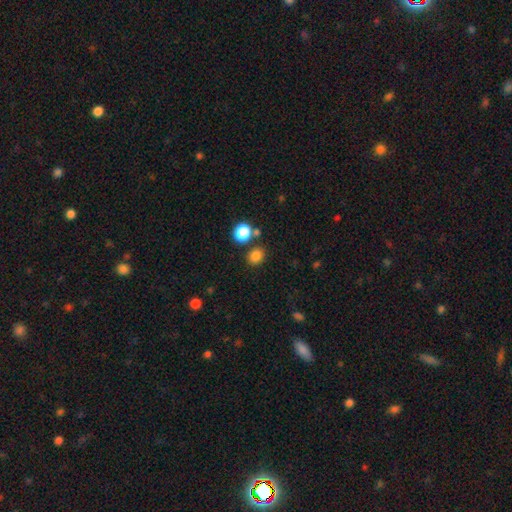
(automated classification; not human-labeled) smooth 83%, star or artifact 13%, featured or disk 4%. Down the decision tree: how rounded — round (66%); merging — none (77%).